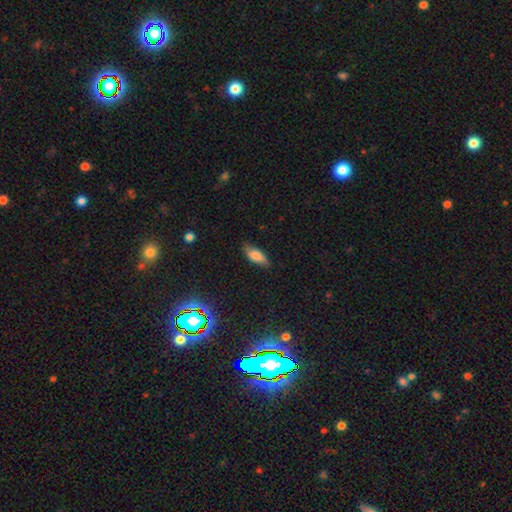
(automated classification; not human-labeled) The model was most divided on "how rounded": in between: 75%, cigar-shaped: 22%, round: 3%. More confident: merging — none (75%); smooth or featured — smooth (73%).